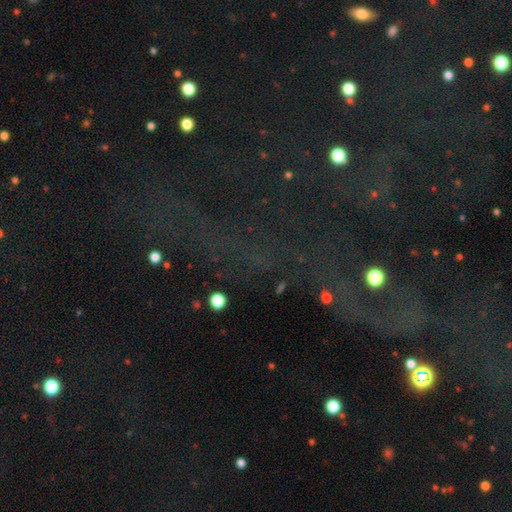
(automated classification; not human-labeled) smooth_or_featured: star or artifact (p=0.77) [alt: smooth p=0.12]